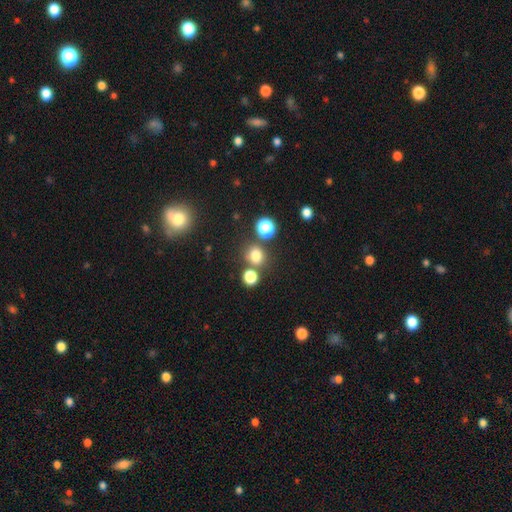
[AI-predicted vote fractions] Smooth or featured: smooth — 74% (star or artifact — 20%)
How rounded: round — 78% (in between — 21%)
Merging: none — 72% (merger — 15%)